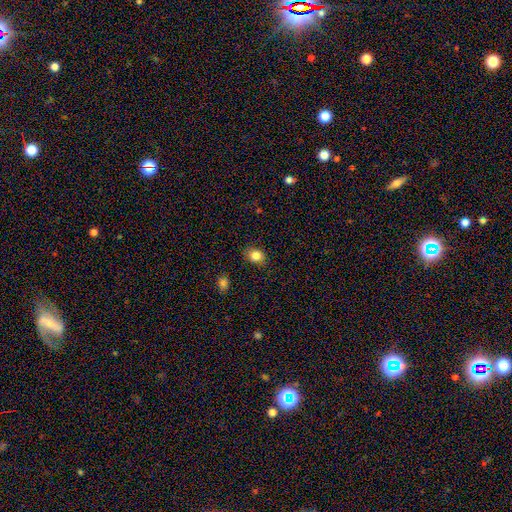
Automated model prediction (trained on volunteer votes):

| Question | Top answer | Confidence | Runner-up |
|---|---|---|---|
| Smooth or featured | smooth | 84% | star or artifact (10%) |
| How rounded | in between | 51% | round (48%) |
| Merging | none | 85% | minor disturbance (11%) |